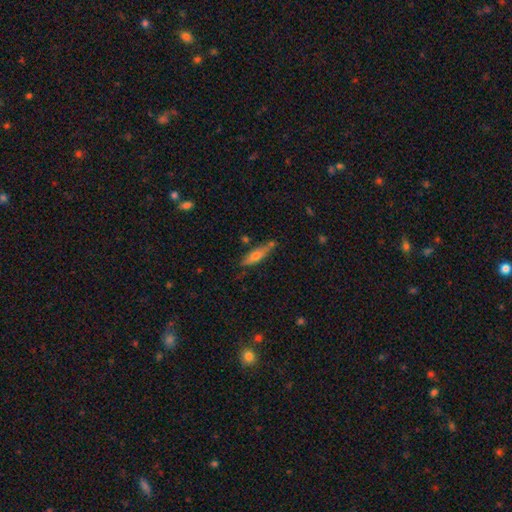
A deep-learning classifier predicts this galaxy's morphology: Overall: smooth (48%; featured or disk 45%). Merging: none (71%).